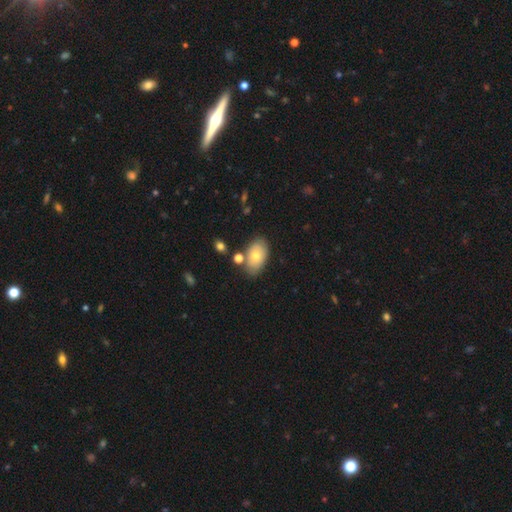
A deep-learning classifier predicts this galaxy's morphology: type=smooth (70%); roundness=in between (90%); merging=none (72%).